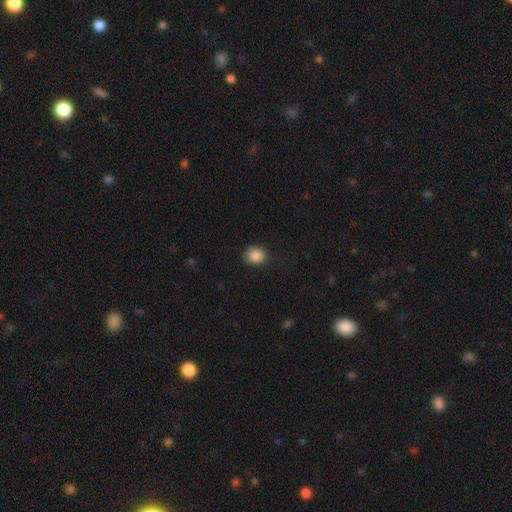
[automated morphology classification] Overall: smooth (87%). How rounded: round (65%; in between 34%). Merging: none (85%).